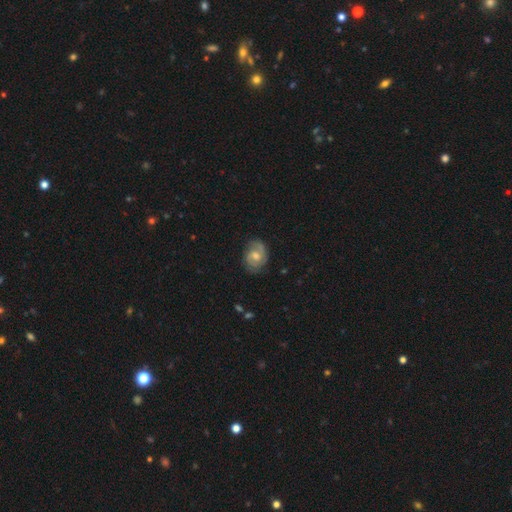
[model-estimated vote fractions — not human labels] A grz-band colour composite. It shows a featured or disk galaxy (74%) with a weak bar (47%), 2 (81%) medium (44%) spiral arms (93%) and a moderate central bulge (62%). Merging: none (78%).